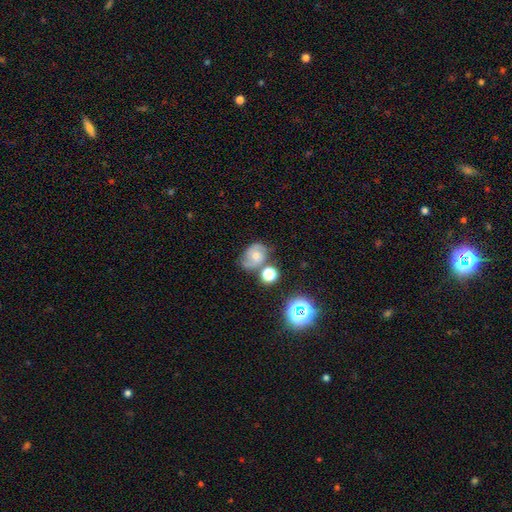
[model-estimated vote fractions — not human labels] This appears to be a featured or disk galaxy (50%). Merging: none (51%).